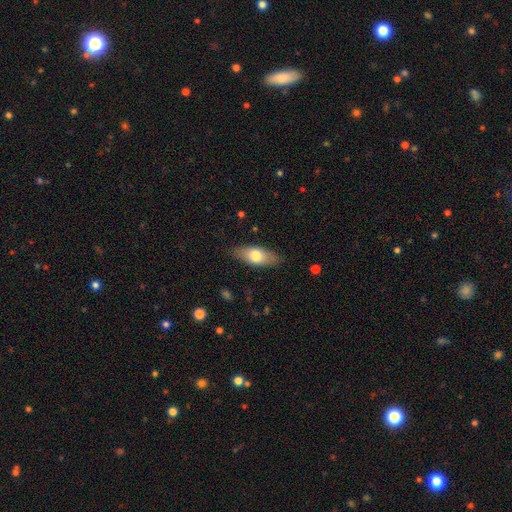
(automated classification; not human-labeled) Smooth or featured: smooth — 70% (featured or disk — 24%)
How rounded: in between — 80% (cigar-shaped — 17%)
Merging: none — 84% (minor disturbance — 12%)